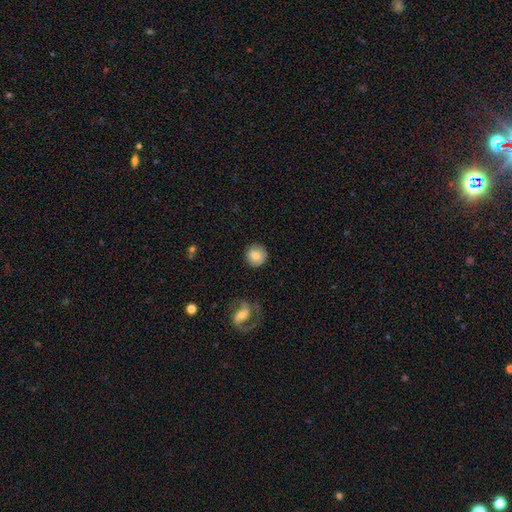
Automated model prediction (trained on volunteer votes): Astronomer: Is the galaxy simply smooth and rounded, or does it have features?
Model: smooth — 80%.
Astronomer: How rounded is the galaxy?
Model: round — 92%.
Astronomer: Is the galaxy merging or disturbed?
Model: none — 87%.